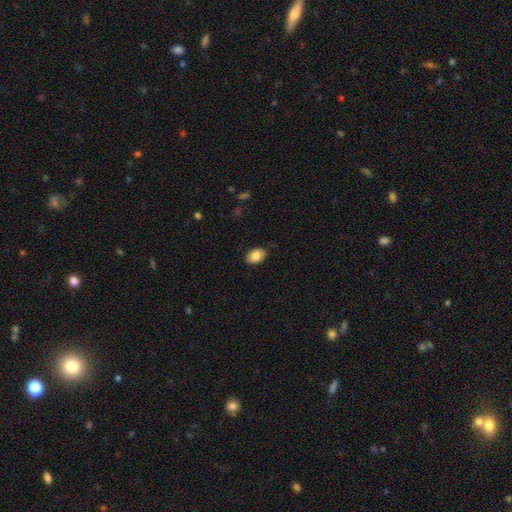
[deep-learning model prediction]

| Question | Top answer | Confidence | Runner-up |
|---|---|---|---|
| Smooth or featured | smooth | 86% | star or artifact (7%) |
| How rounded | in between | 85% | round (14%) |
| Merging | none | 83% | minor disturbance (14%) |